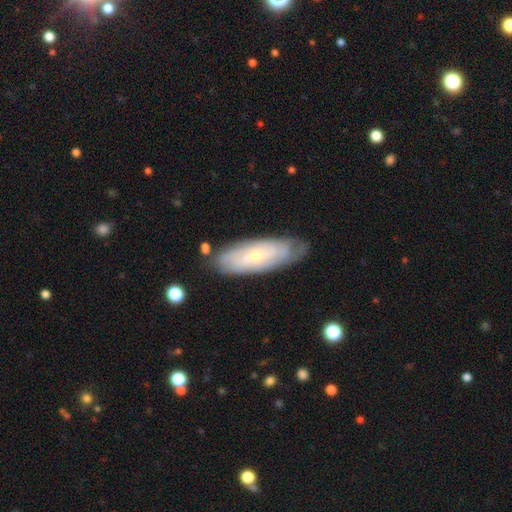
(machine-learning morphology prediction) type=featured or disk (65%); edge-on=no (83%); bar=no (75%); spiral arms=yes (76%); bulge=small (71%); merging=none (73%).